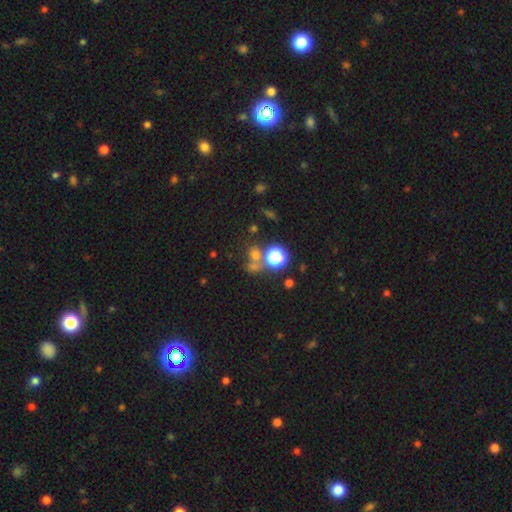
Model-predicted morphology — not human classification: This is possibly a smooth galaxy (57%). How rounded: clearly round (83%). Merging: possibly none (58%).